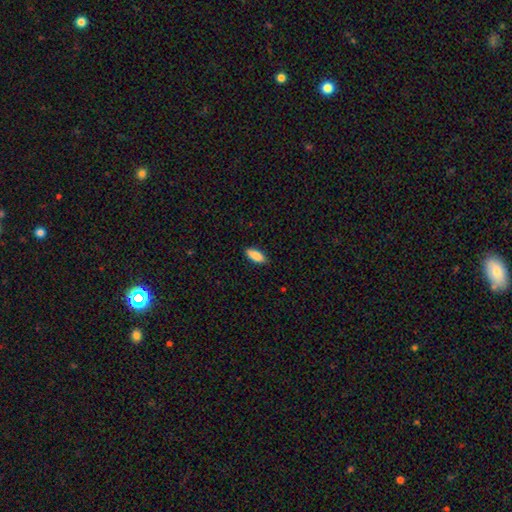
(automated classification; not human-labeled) Smooth or featured? Predicted: smooth (p=0.89). How rounded? Predicted: in between (p=0.82). Merging? Predicted: none (p=0.88).